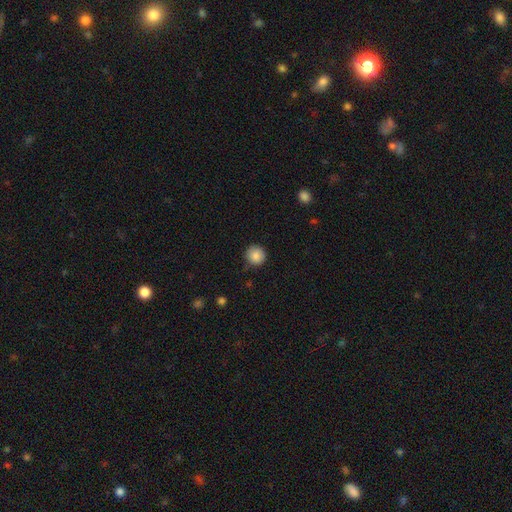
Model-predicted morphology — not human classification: smooth-or-featured: smooth: 86% | star or artifact: 9% | featured or disk: 5%
  how-rounded: round: 94% | in between: 5% | cigar-shaped: 1%
  merging: none: 86% | minor disturbance: 11% | major disturbance: 2% | merger: 1%